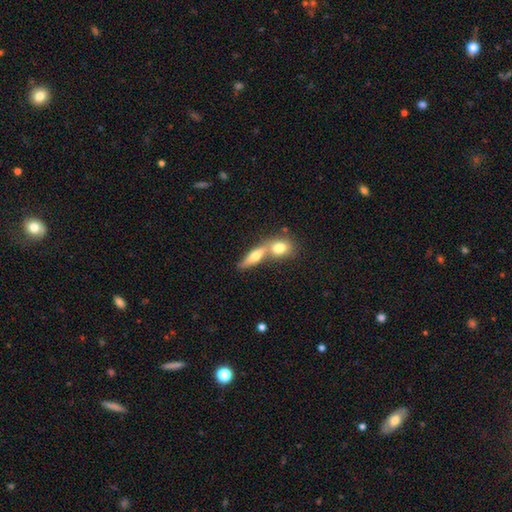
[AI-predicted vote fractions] smooth_or_featured: smooth (p=0.61) [alt: featured or disk p=0.32]
how_rounded: in between (p=0.52) [alt: cigar-shaped p=0.36]
merging: merger (p=0.54) [alt: none p=0.36]